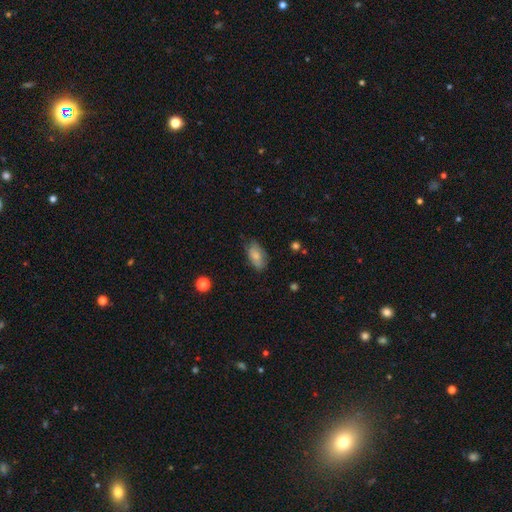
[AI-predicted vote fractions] smooth-or-featured: smooth: 76% | featured or disk: 17% | star or artifact: 7%
  how-rounded: in between: 91% | round: 4% | cigar-shaped: 4%
  merging: none: 70% | minor disturbance: 24% | major disturbance: 5% | merger: 1%